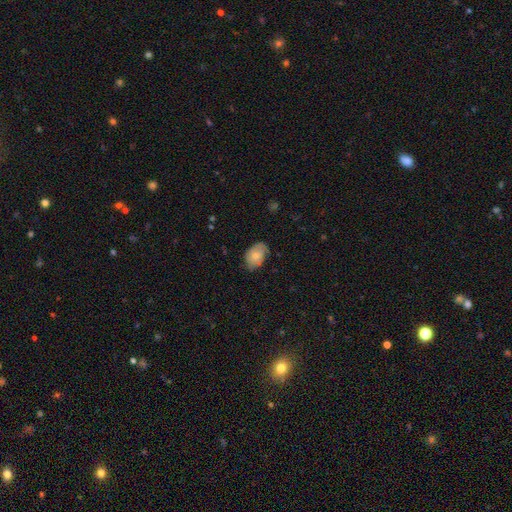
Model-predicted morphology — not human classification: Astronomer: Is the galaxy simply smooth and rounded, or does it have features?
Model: smooth — 68%.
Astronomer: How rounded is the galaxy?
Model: in between — 85%.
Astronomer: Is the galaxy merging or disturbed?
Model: none — 62%.